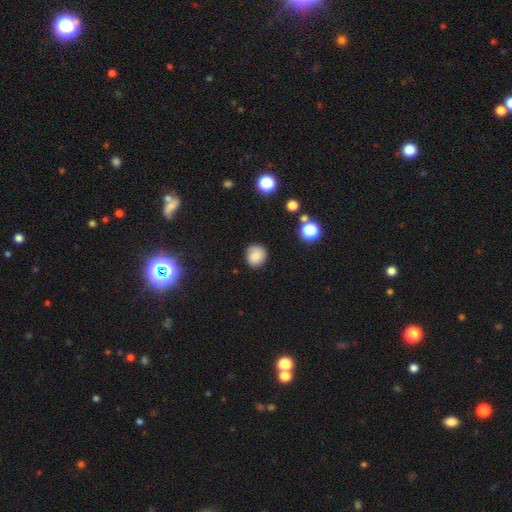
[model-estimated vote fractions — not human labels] Q: Smooth or featured?
A: smooth (81%); runner-up: star or artifact (10%)
Q: How rounded?
A: round (81%); runner-up: in between (18%)
Q: Merging?
A: none (81%); runner-up: minor disturbance (15%)